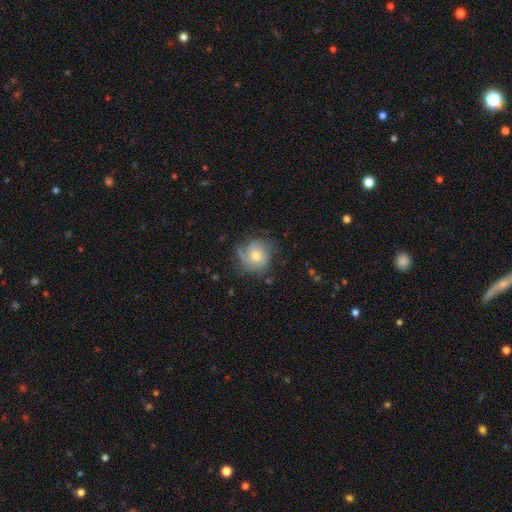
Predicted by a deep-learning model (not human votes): smooth_or_featured: featured or disk (p=0.64) [alt: smooth p=0.28]
disk_edge_on: no (p=0.97) [alt: yes p=0.03]
bar: no (p=0.79) [alt: weak p=0.19]
has_spiral_arms: yes (p=0.89) [alt: no p=0.11]
spiral_winding: tight (p=0.52) [alt: medium p=0.33]
spiral_arm_count: can't tell (p=0.30) [alt: 3 p=0.25]
bulge_size: moderate (p=0.62) [alt: small p=0.32]
merging: none (p=0.67) [alt: minor disturbance p=0.21]